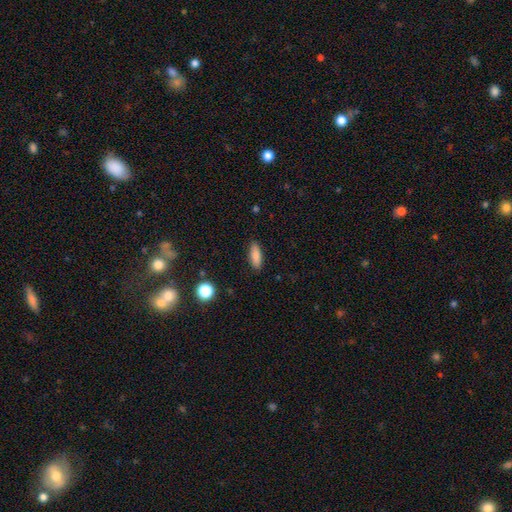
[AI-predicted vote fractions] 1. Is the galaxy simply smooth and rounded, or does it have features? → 85% smooth, 8% star or artifact, 7% featured or disk.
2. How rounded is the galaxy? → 66% in between, 32% cigar-shaped, 2% round.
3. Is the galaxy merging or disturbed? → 88% none, 9% minor disturbance, 2% major disturbance, 1% merger.